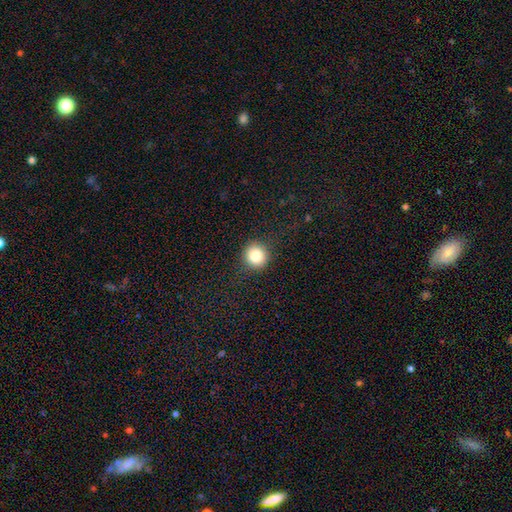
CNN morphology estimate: The model was most divided on "smooth or featured": smooth: 83%, star or artifact: 10%, featured or disk: 6%. More confident: how rounded — round (94%); merging — none (90%).